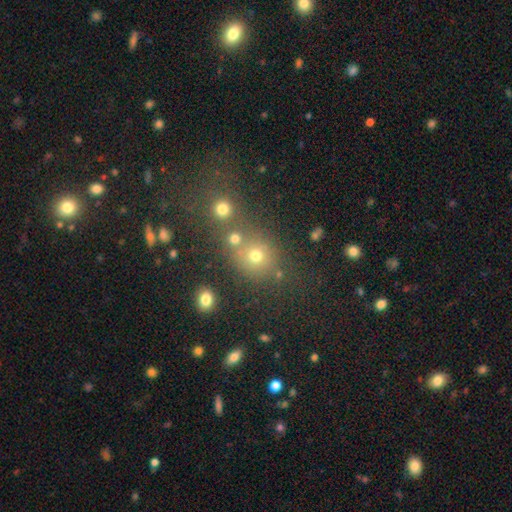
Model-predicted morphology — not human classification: This appears to be a smooth galaxy with no disk features (64%) that is round (78%). Merging: none (61%).